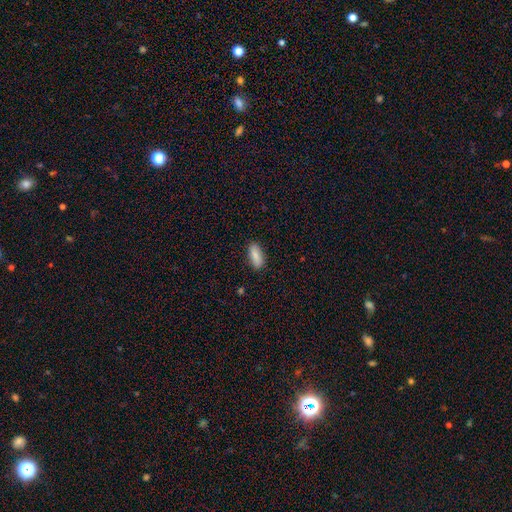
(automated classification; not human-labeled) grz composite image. It shows a smooth galaxy with no disk features (85%) that is in between round and cigar-shaped (80%). Merging: none (87%).